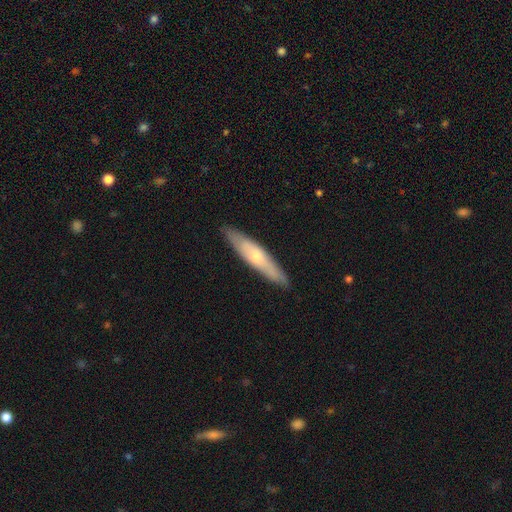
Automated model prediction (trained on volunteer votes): Smooth or featured? Predicted: featured or disk (p=0.49). Merging? Predicted: none (p=0.87).